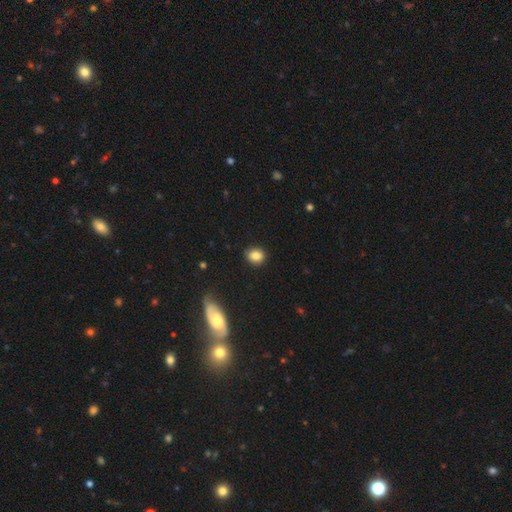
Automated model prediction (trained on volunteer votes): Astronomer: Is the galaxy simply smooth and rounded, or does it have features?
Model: smooth — 85%.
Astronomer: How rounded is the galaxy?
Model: round — 61% (runner-up: in between, 37%).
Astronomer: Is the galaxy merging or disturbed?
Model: none — 84%.